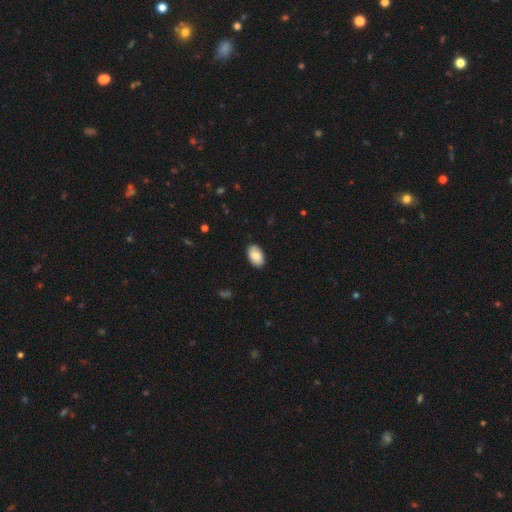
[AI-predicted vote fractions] smooth_or_featured: smooth (p=0.82) [alt: featured or disk p=0.12]
how_rounded: in between (p=0.93) [alt: round p=0.06]
merging: none (p=0.88) [alt: minor disturbance p=0.09]